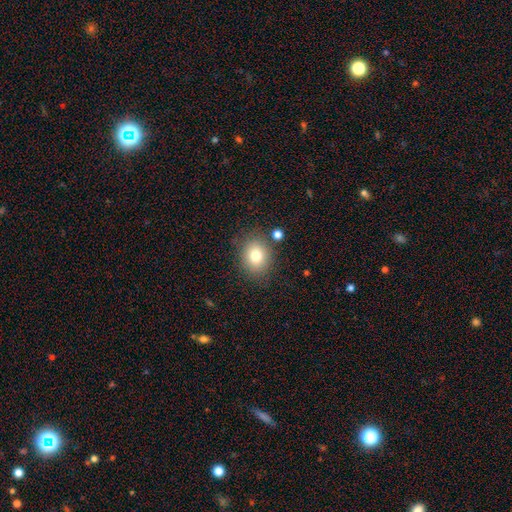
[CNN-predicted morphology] Smooth or featured: smooth — 78% (star or artifact — 12%)
How rounded: round — 58% (in between — 41%)
Merging: none — 80% (minor disturbance — 12%)